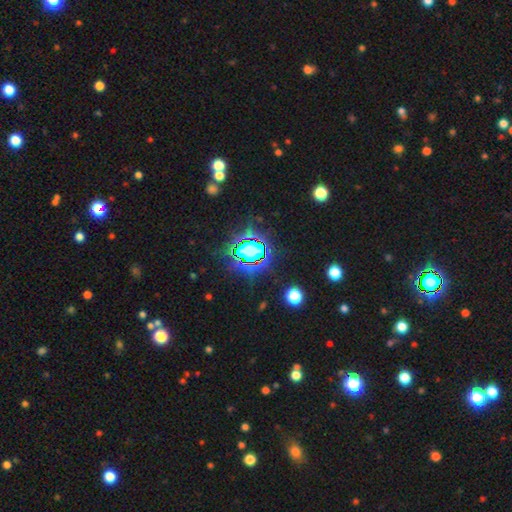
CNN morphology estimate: A star or artifact, not a galaxy (70%).

Vote fractions:
- Smooth or featured? star or artifact: 70% / smooth: 18% / featured or disk: 11%